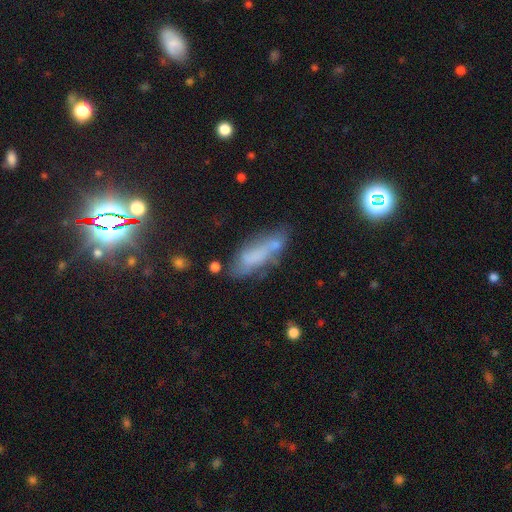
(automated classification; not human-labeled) This appears to be a smooth galaxy with no disk features (56%) that is in between round and cigar-shaped (55%). Merging: none (42%).